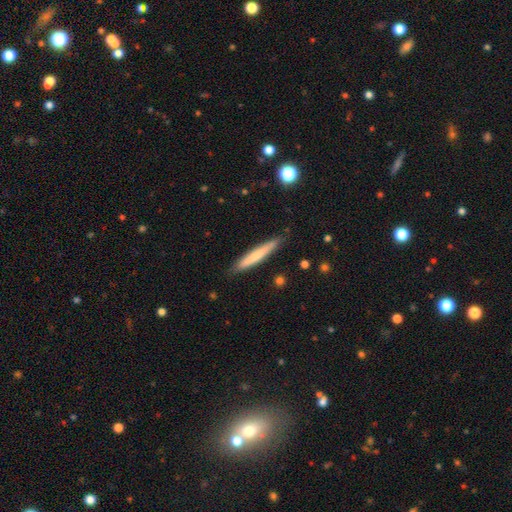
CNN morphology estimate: A smooth galaxy with no disk features (66%) that is cigar-shaped (95%).

Vote fractions:
- Smooth or featured? smooth: 66% / featured or disk: 28% / star or artifact: 6%
- How rounded? cigar-shaped: 95% / in between: 4% / round: 1%
- Merging? none: 88% / minor disturbance: 9% / major disturbance: 2% / merger: 1%